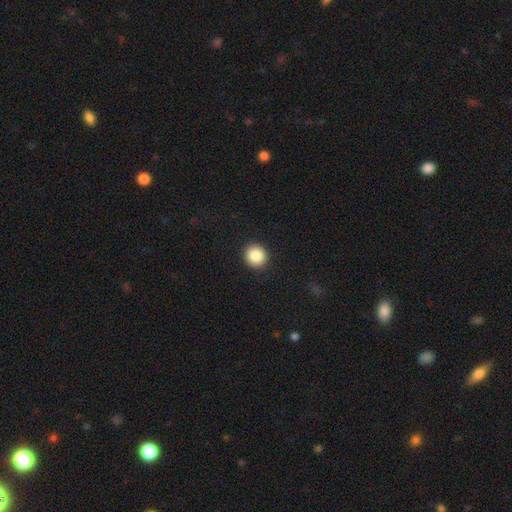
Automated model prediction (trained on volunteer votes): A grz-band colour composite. It shows a smooth galaxy with no disk features (86%) that is round (90%). Merging: none (92%).